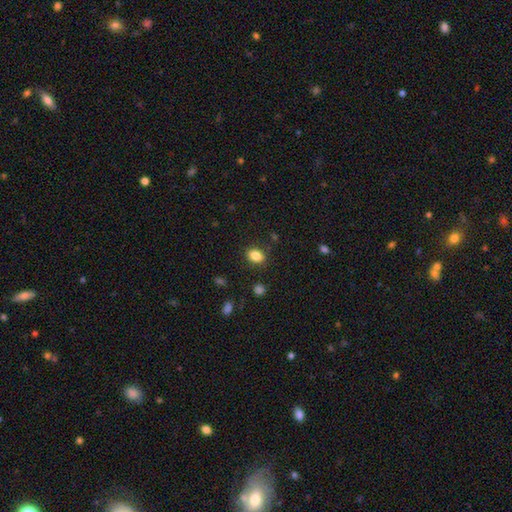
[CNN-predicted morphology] Smooth or featured? smooth (85%)
How rounded? in between (74%)
Merging? none (85%)